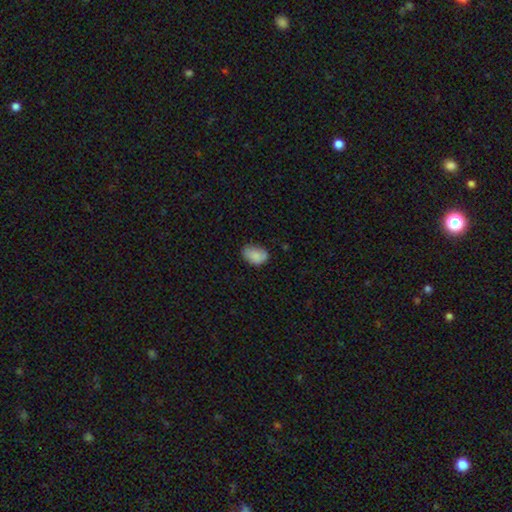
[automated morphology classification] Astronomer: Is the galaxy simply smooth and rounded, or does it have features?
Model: smooth — 84%.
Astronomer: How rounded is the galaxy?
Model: in between — 83%.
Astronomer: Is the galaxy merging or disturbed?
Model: none — 69%.